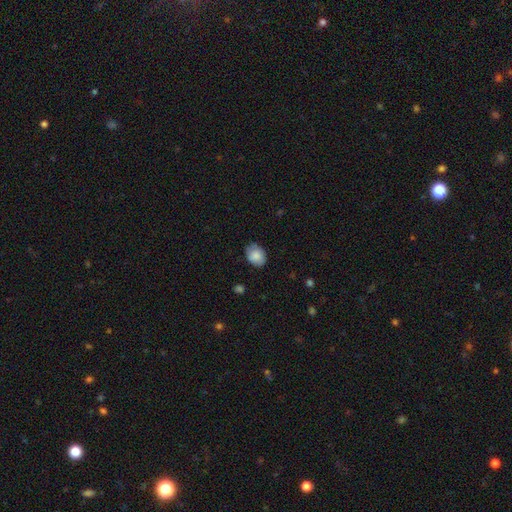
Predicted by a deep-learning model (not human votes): A smooth galaxy with no disk features (83%) that is in between round and cigar-shaped (71%).

Vote fractions:
- Smooth or featured? smooth: 83% / featured or disk: 10% / star or artifact: 7%
- How rounded? in between: 71% / round: 28% / cigar-shaped: 1%
- Merging? none: 75% / minor disturbance: 20% / major disturbance: 4% / merger: 1%